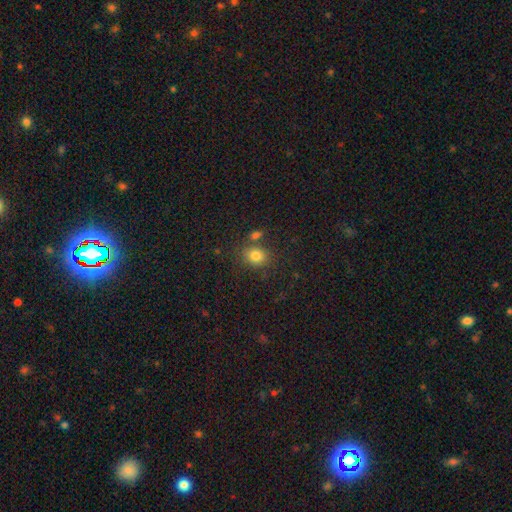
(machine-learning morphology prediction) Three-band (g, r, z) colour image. It shows a smooth galaxy with no disk features (80%) that is round (54%). Merging: none (70%).